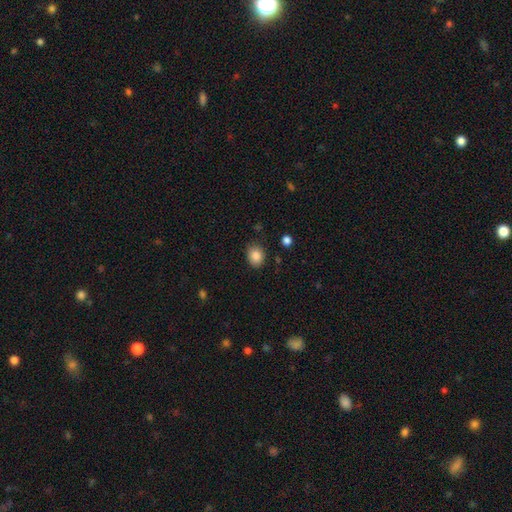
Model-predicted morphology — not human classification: smooth_or_featured: smooth (p=0.85) [alt: star or artifact p=0.10]
how_rounded: round (p=0.54) [alt: in between p=0.46]
merging: none (p=0.83) [alt: minor disturbance p=0.12]